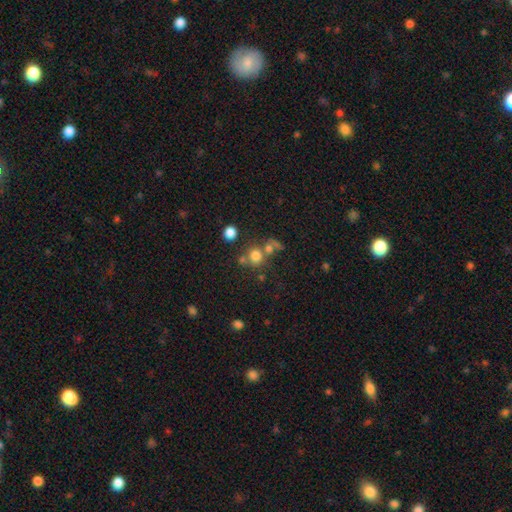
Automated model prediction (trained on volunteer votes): Overall: smooth (73%). How rounded: round (86%). Merging: none (56%; merger 29%).